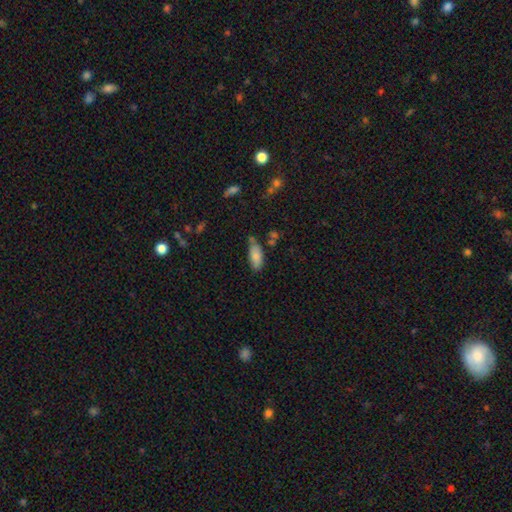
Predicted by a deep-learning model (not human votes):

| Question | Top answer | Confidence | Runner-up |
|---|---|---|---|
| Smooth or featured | smooth | 81% | featured or disk (11%) |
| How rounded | in between | 85% | cigar-shaped (12%) |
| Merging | none | 56% | minor disturbance (29%) |